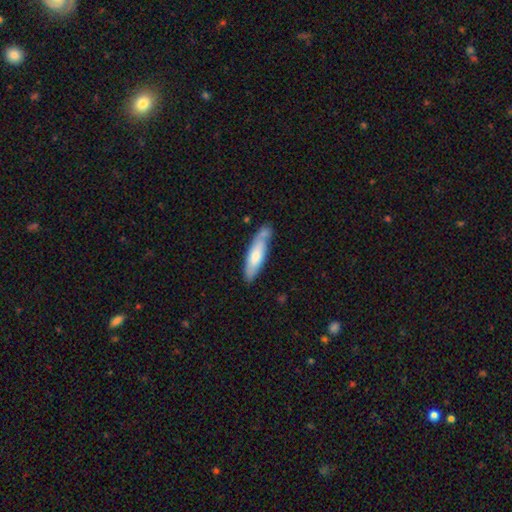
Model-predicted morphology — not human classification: smooth 67%, featured or disk 28%, star or artifact 5%. Down the decision tree: how rounded — cigar-shaped (68%); merging — none (66%).